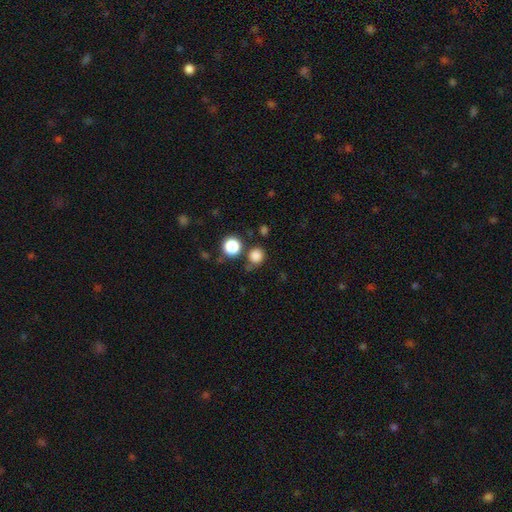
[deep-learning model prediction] Overall: smooth (82%). How rounded: round (88%). Merging: none (73%).